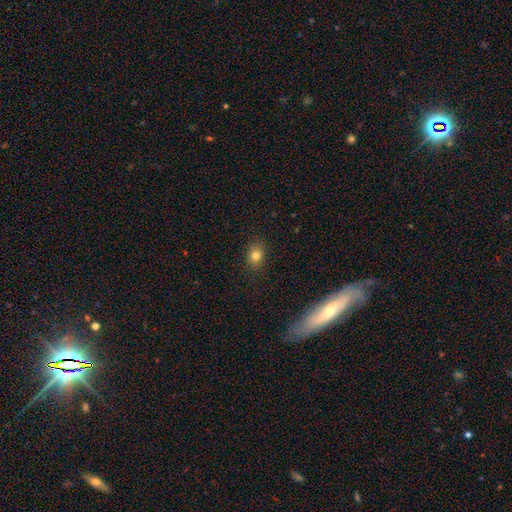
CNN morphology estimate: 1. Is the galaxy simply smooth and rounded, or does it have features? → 79% smooth, 13% star or artifact, 8% featured or disk.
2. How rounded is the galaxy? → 52% round, 47% in between, 1% cigar-shaped.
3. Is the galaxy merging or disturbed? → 87% none, 10% minor disturbance, 3% major disturbance, 1% merger.